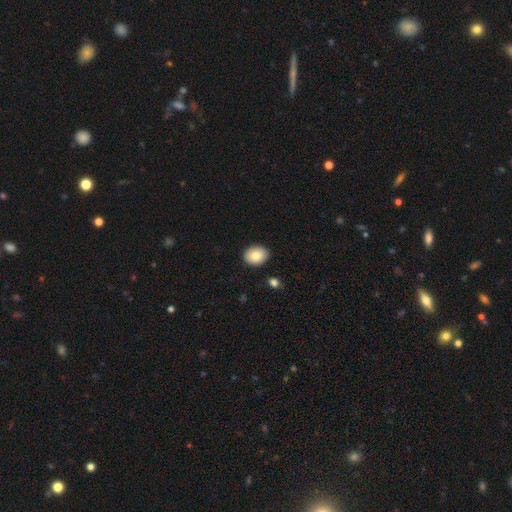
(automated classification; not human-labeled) Smooth or featured?
  - smooth: 85% *
  - featured or disk: 8%
  - star or artifact: 7%
How rounded?
  - in between: 54% *
  - round: 45%
  - cigar-shaped: 1%
Merging?
  - none: 88% *
  - minor disturbance: 8%
  - major disturbance: 2%
  - merger: 2%